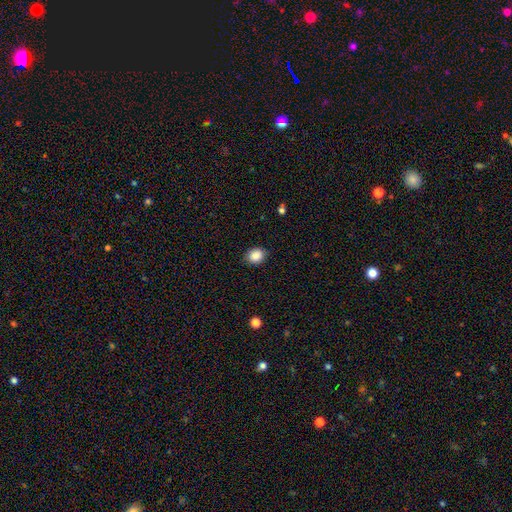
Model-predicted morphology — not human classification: Smooth or featured? smooth (88%)
How rounded? in between (50%)
Merging? none (86%)